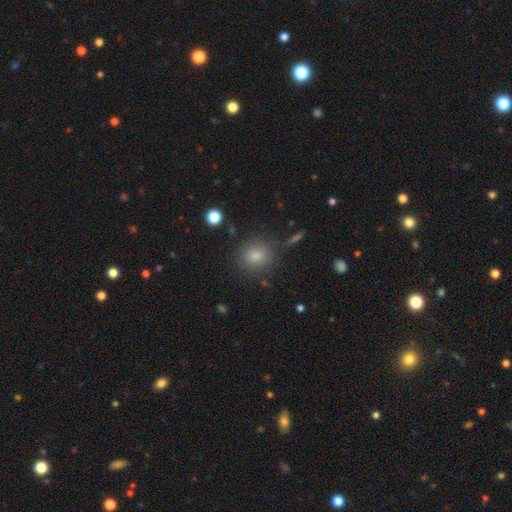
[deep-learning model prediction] The model was most divided on "smooth or featured": smooth: 78%, star or artifact: 15%, featured or disk: 7%. More confident: merging — none (86%); how rounded — round (83%).